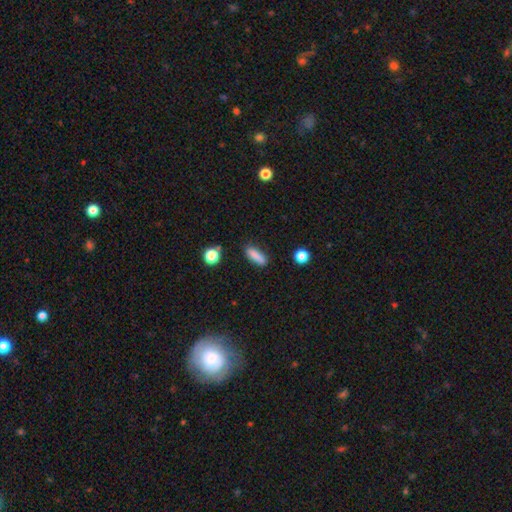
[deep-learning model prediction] smooth 84%, star or artifact 9%, featured or disk 7%. Down the decision tree: how rounded — cigar-shaped (57%); merging — none (83%).